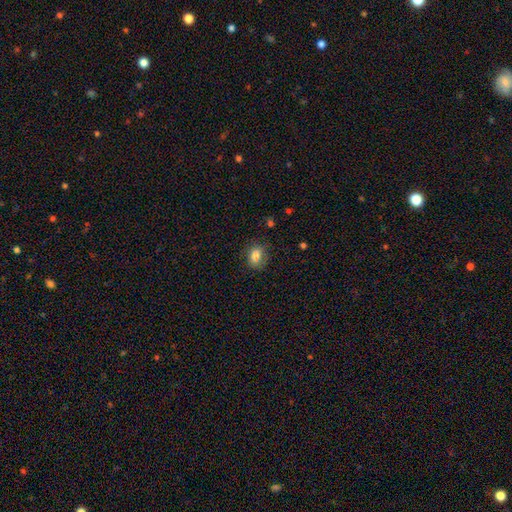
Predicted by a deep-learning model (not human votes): Smooth or featured? Predicted: smooth (p=0.81). How rounded? Predicted: in between (p=0.62). Merging? Predicted: none (p=0.75).